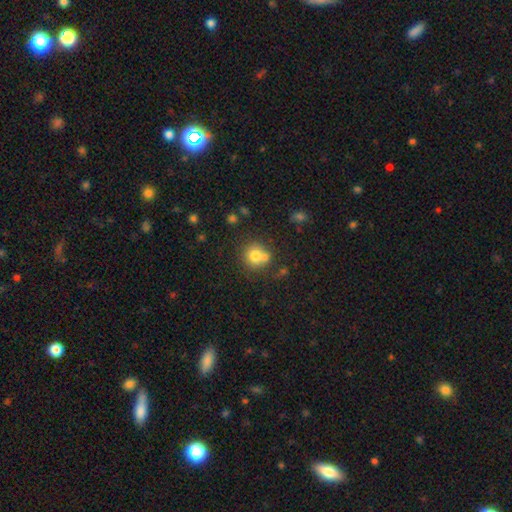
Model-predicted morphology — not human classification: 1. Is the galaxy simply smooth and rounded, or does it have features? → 74% smooth, 14% featured or disk, 11% star or artifact.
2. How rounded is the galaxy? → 87% round, 12% in between, 1% cigar-shaped.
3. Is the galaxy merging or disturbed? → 51% none, 34% merger, 11% minor disturbance, 4% major disturbance.